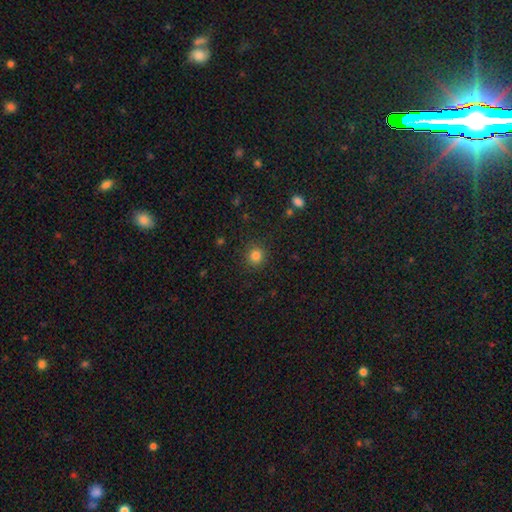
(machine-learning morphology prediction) The model was most divided on "smooth or featured": smooth: 84%, star or artifact: 12%, featured or disk: 4%. More confident: how rounded — round (91%); merging — none (88%).